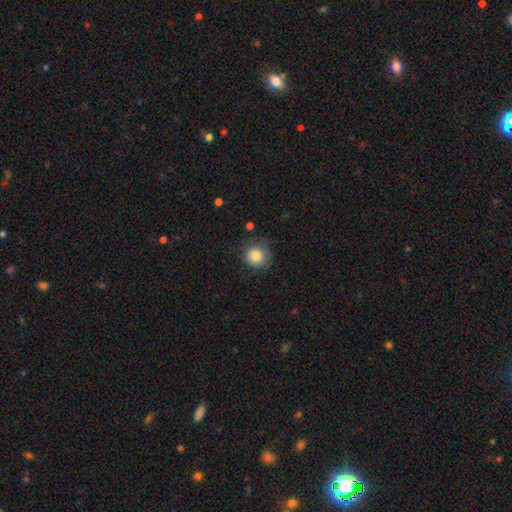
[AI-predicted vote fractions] smooth-or-featured: smooth: 83% | star or artifact: 9% | featured or disk: 8%
  how-rounded: round: 91% | in between: 8% | cigar-shaped: 1%
  merging: none: 72% | minor disturbance: 20% | major disturbance: 6% | merger: 2%